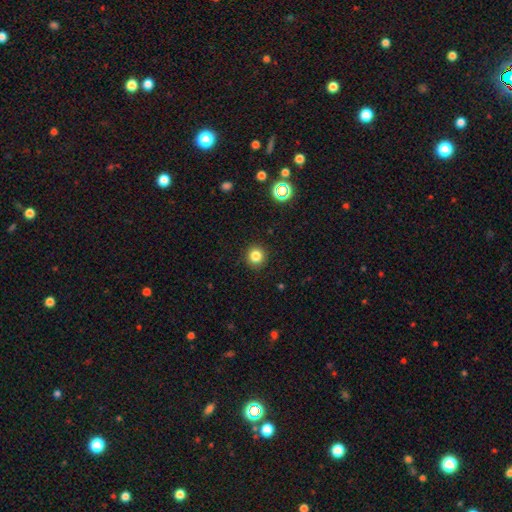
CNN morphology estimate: Smooth or featured? smooth (82%)
How rounded? round (93%)
Merging? none (91%)